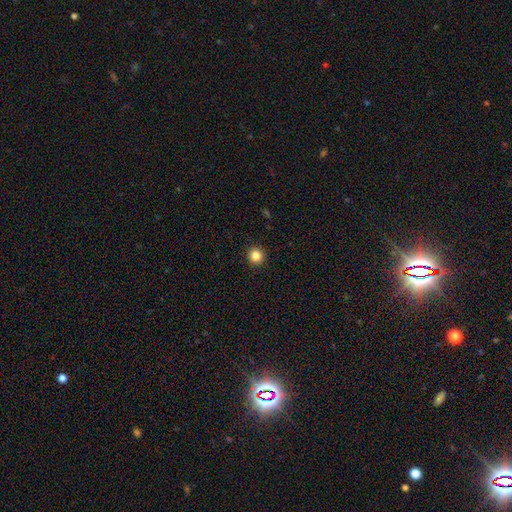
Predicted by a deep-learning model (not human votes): Smooth or featured?
  - smooth: 85% *
  - star or artifact: 11%
  - featured or disk: 4%
How rounded?
  - round: 95% *
  - in between: 4%
  - cigar-shaped: 1%
Merging?
  - none: 93% *
  - minor disturbance: 4%
  - major disturbance: 1%
  - merger: 1%